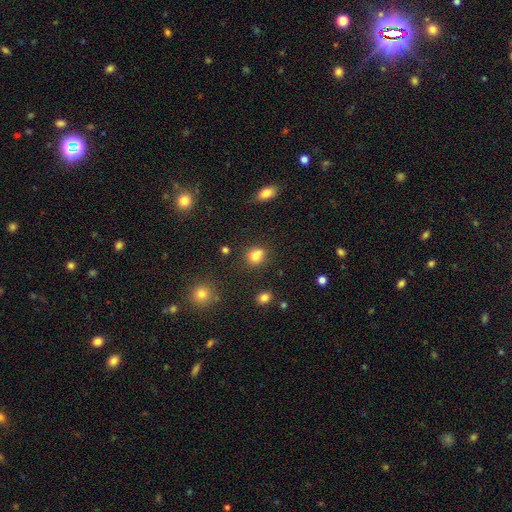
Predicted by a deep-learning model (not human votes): Q: Smooth or featured?
A: smooth (77%); runner-up: star or artifact (14%)
Q: How rounded?
A: round (62%); runner-up: in between (37%)
Q: Merging?
A: none (54%); runner-up: merger (25%)